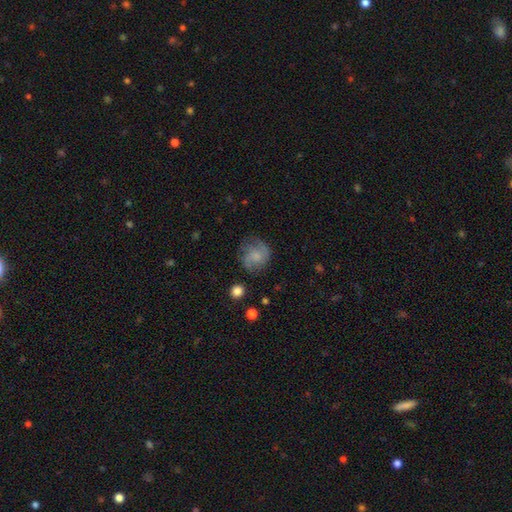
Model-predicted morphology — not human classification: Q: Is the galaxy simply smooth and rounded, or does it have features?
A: featured or disk — 47%.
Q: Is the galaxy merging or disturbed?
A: none — 65%.